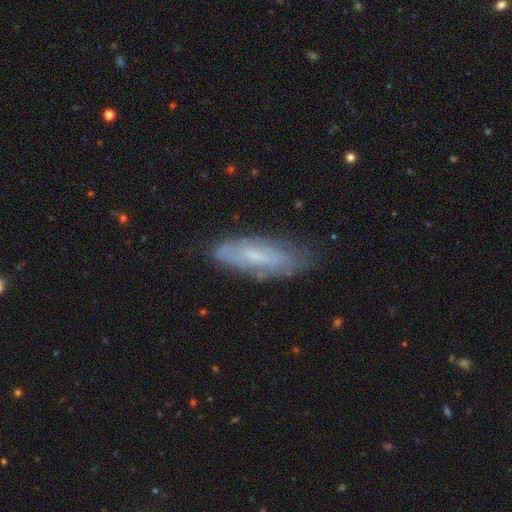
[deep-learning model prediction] Smooth or featured? smooth (46%, tied with featured or disk)
Merging? none (69%)